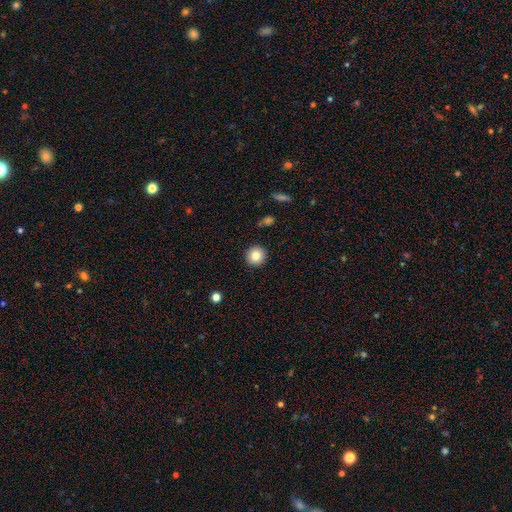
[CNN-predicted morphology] Q: Smooth or featured?
A: smooth (84%); runner-up: star or artifact (9%)
Q: How rounded?
A: round (94%); runner-up: in between (5%)
Q: Merging?
A: none (91%); runner-up: minor disturbance (6%)